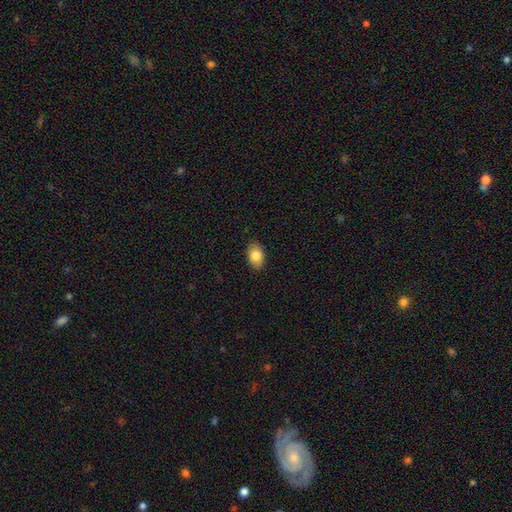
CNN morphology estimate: Overall: smooth (83%). How rounded: in between (87%). Merging: none (88%).